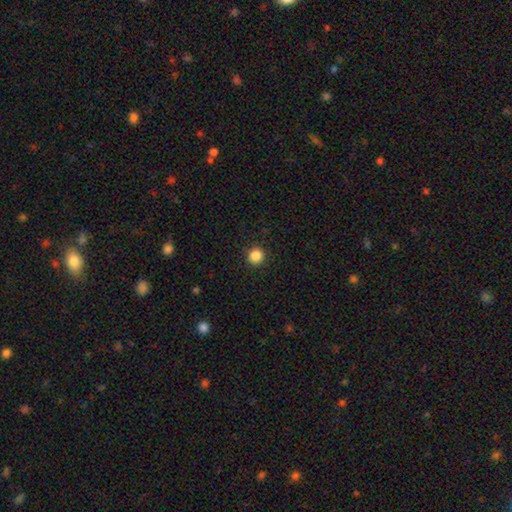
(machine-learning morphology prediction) Overall: smooth (86%). How rounded: round (94%). Merging: none (93%).